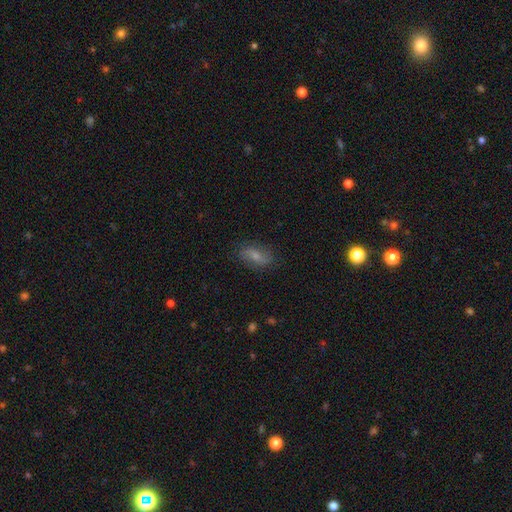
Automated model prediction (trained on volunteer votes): This is possibly a smooth galaxy (56%). How rounded: clearly in between (83%). Merging: likely none (79%).